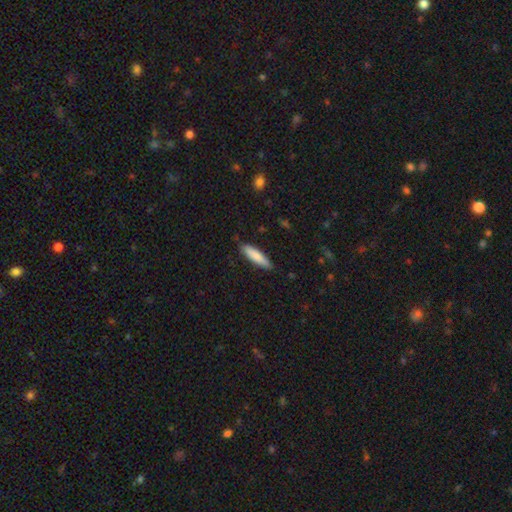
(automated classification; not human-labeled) Smooth or featured? smooth (82%)
How rounded? cigar-shaped (71%)
Merging? none (83%)